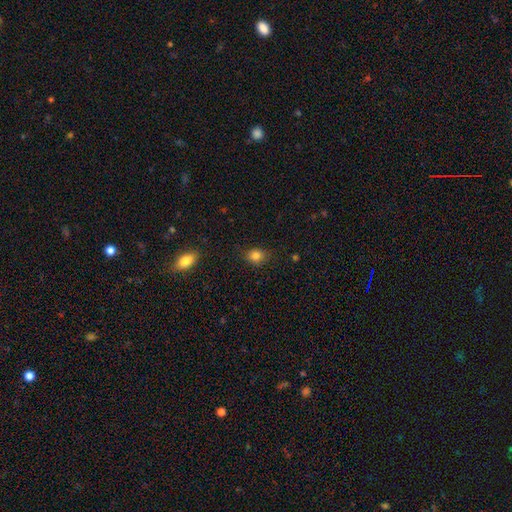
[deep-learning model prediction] A smooth galaxy with no disk features (83%) that is round (62%).

Vote fractions:
- Smooth or featured? smooth: 83% / star or artifact: 11% / featured or disk: 5%
- How rounded? round: 62% / in between: 37% / cigar-shaped: 1%
- Merging? none: 82% / minor disturbance: 14% / major disturbance: 3% / merger: 1%